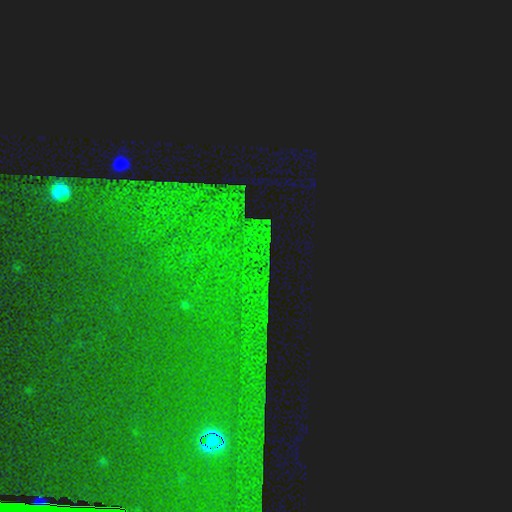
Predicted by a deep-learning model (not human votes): smooth-or-featured: star or artifact: 88% | featured or disk: 6% | smooth: 6%